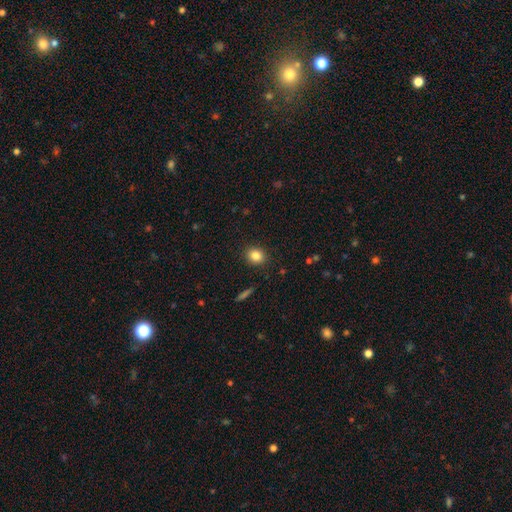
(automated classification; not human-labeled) Smooth or featured?
  - smooth: 84% *
  - star or artifact: 11%
  - featured or disk: 6%
How rounded?
  - round: 65% *
  - in between: 34%
  - cigar-shaped: 1%
Merging?
  - none: 90% *
  - minor disturbance: 7%
  - major disturbance: 2%
  - merger: 1%